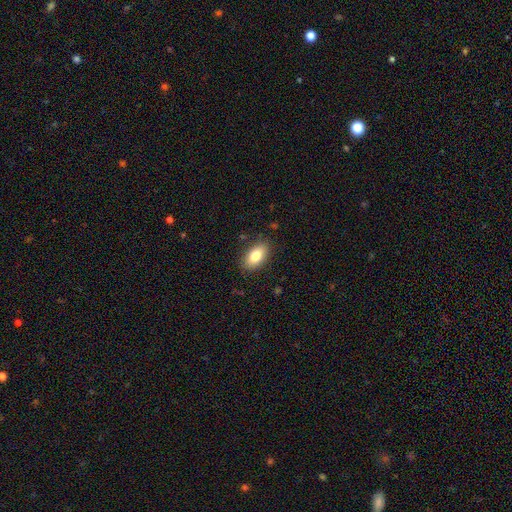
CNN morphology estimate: smooth_or_featured: smooth (p=0.81) [alt: featured or disk p=0.11]
how_rounded: in between (p=0.92) [alt: round p=0.05]
merging: none (p=0.86) [alt: minor disturbance p=0.10]